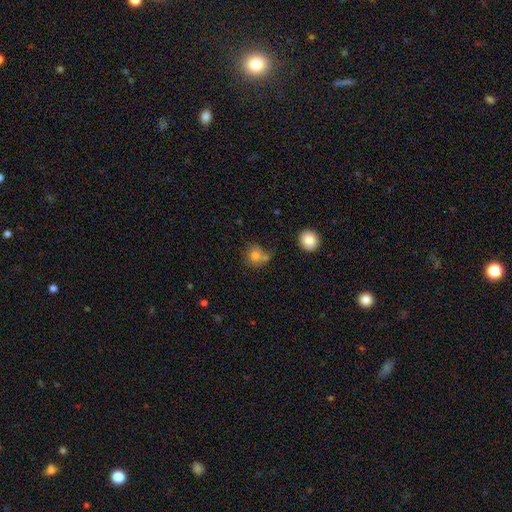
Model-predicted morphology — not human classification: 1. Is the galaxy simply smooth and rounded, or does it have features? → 77% smooth, 12% featured or disk, 12% star or artifact.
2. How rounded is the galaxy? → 86% round, 13% in between, 1% cigar-shaped.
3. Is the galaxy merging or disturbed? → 58% none, 22% merger, 14% minor disturbance, 6% major disturbance.